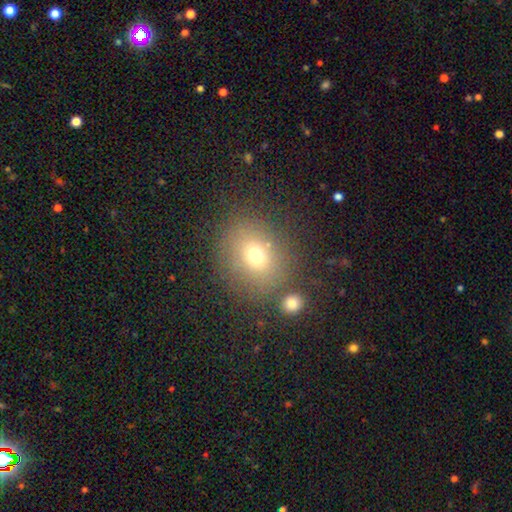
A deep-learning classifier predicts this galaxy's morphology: Smooth or featured: smooth — 69% (star or artifact — 16%)
How rounded: round — 71% (in between — 28%)
Merging: none — 76% (minor disturbance — 12%)